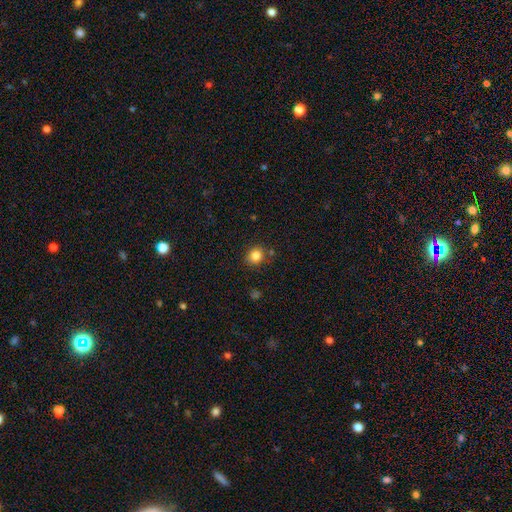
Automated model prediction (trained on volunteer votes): smooth 84%, star or artifact 11%, featured or disk 5%. Down the decision tree: how rounded — round (77%); merging — none (83%).